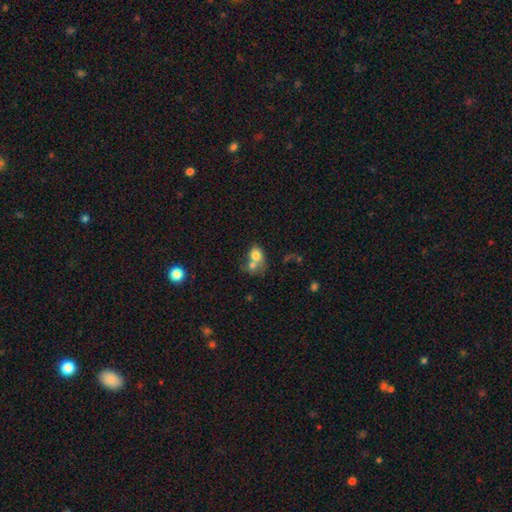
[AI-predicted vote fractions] Morphology: type=smooth (72%); roundness=in between (56%); merging=merger (64%).